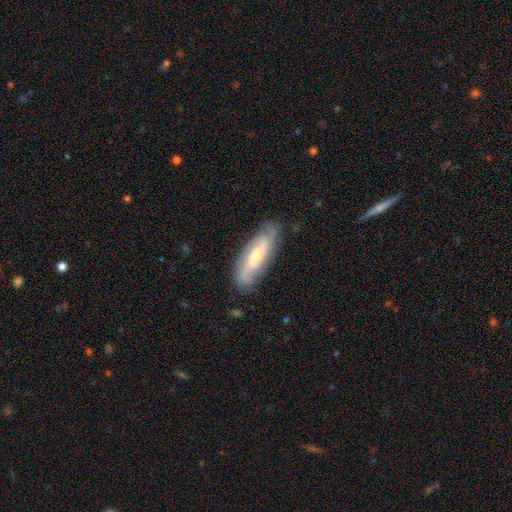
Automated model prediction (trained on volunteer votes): A featured or disk galaxy (71%) with no bar (40%), 2 (55%) tight (40%, tied with medium) spiral arms (89%) and a small central bulge (46%). Merging: none (78%).